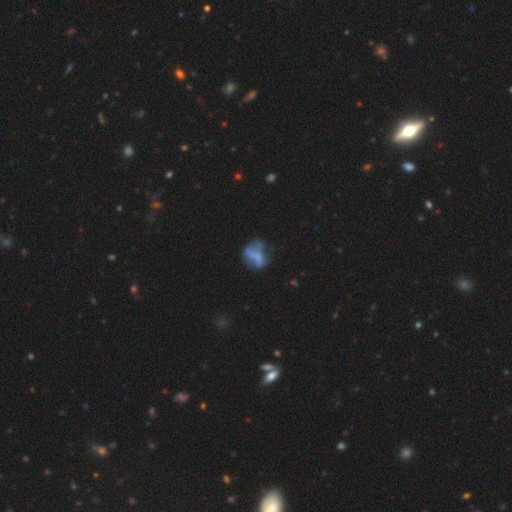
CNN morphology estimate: Smooth or featured? Predicted: smooth (p=0.49). Merging? Predicted: none (p=0.39).